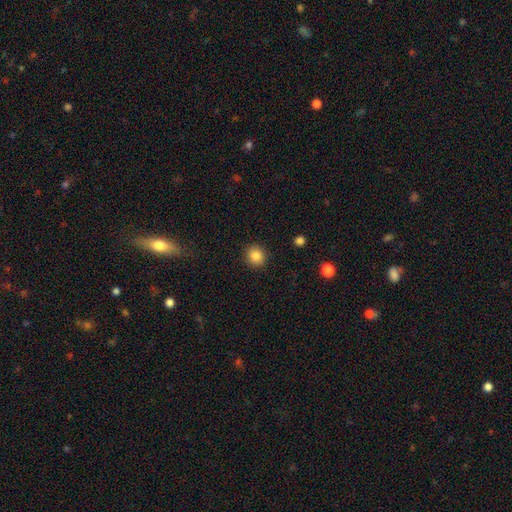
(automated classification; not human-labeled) A smooth galaxy with no disk features (85%) that is round (88%). Merging: none (91%).